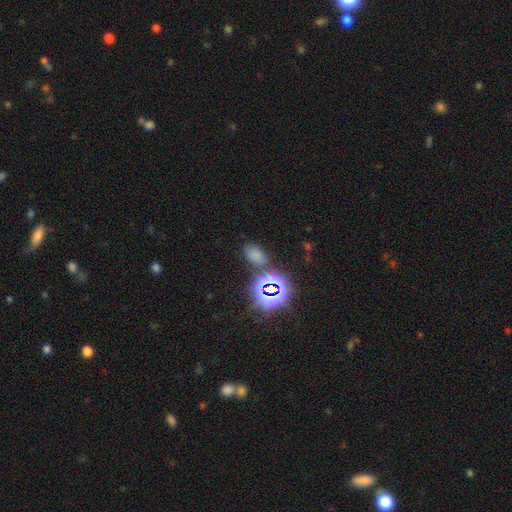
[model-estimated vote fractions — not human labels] A smooth galaxy with no disk features (60%) that is in between round and cigar-shaped (87%). Merging: none (71%).